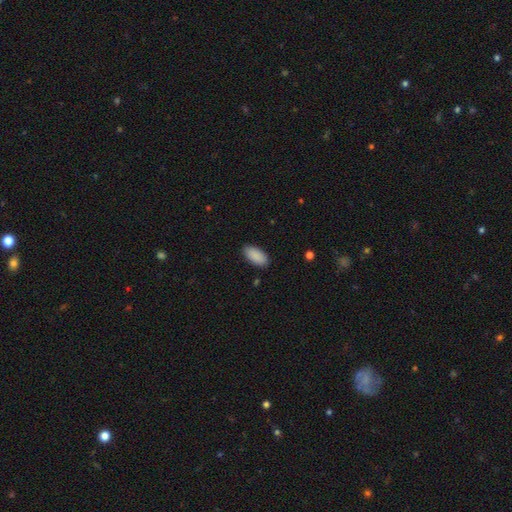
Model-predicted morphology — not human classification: Q: Smooth or featured?
A: smooth (91%); runner-up: star or artifact (6%)
Q: How rounded?
A: in between (93%); runner-up: cigar-shaped (6%)
Q: Merging?
A: none (88%); runner-up: minor disturbance (9%)